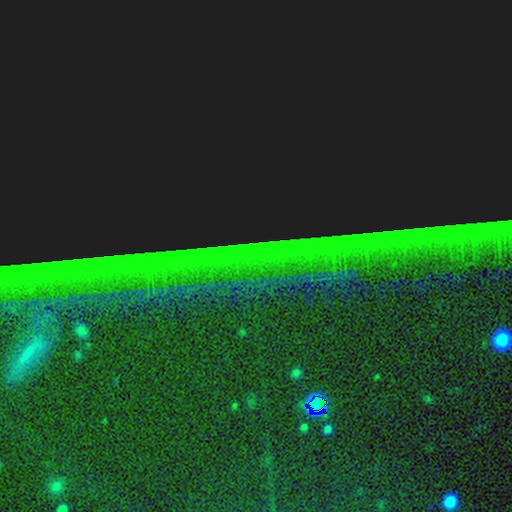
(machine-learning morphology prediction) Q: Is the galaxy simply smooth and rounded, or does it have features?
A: star or artifact — 87%.